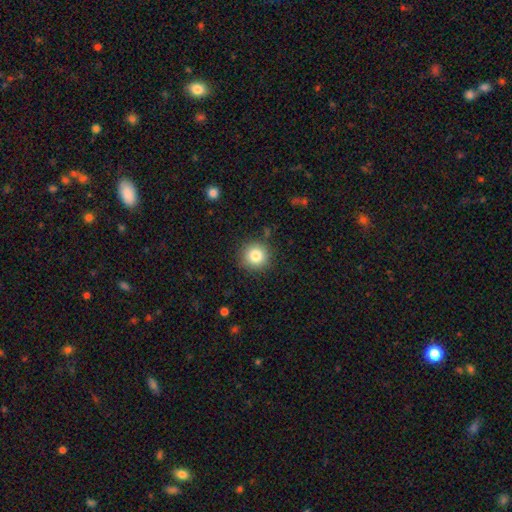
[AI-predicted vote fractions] Smooth or featured: smooth — 83% (star or artifact — 11%)
How rounded: round — 95% (in between — 5%)
Merging: none — 89% (minor disturbance — 8%)